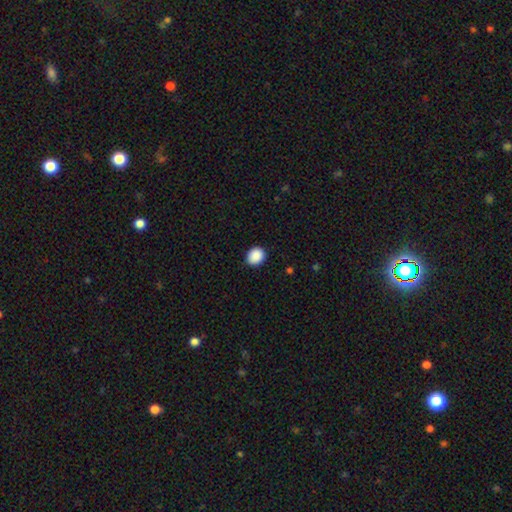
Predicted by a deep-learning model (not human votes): smooth_or_featured: smooth (p=0.90) [alt: star or artifact p=0.08]
how_rounded: round (p=0.65) [alt: in between p=0.34]
merging: none (p=0.89) [alt: minor disturbance p=0.08]